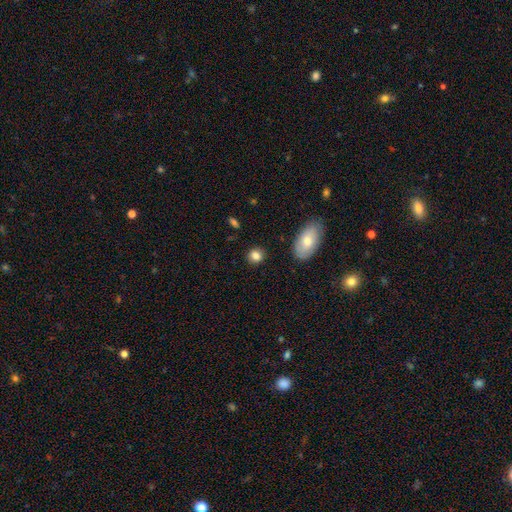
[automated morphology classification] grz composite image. It shows a smooth galaxy with no disk features (83%) that is round (72%). Merging: none (86%).